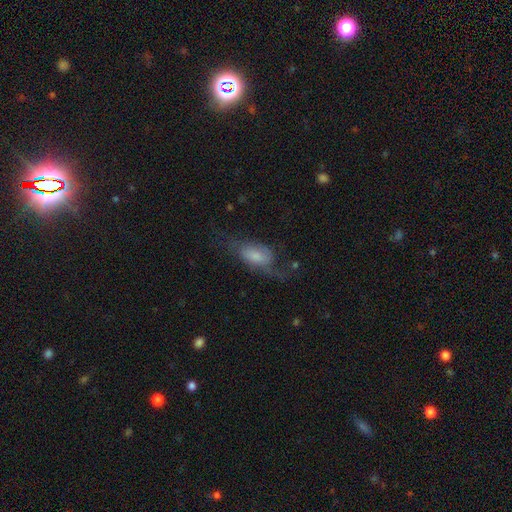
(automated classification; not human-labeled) Smooth or featured?
  - featured or disk: 48% *
  - smooth: 43%
  - star or artifact: 9%
Merging?
  - none: 39% *
  - major disturbance: 35%
  - minor disturbance: 24%
  - merger: 3%